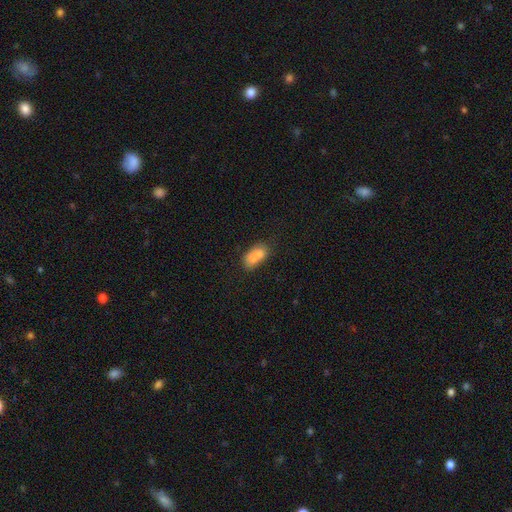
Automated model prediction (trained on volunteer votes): Q: Smooth or featured?
A: smooth (71%); runner-up: featured or disk (20%)
Q: How rounded?
A: in between (83%); runner-up: round (13%)
Q: Merging?
A: merger (51%); runner-up: none (29%)